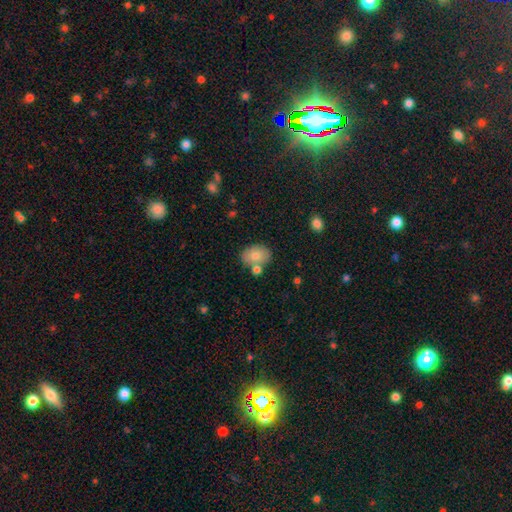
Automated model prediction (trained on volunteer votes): The model was most divided on "merging": none: 65%, merger: 18%, minor disturbance: 13%, major disturbance: 3%. More confident: smooth or featured — smooth (79%); how rounded — in between (76%).